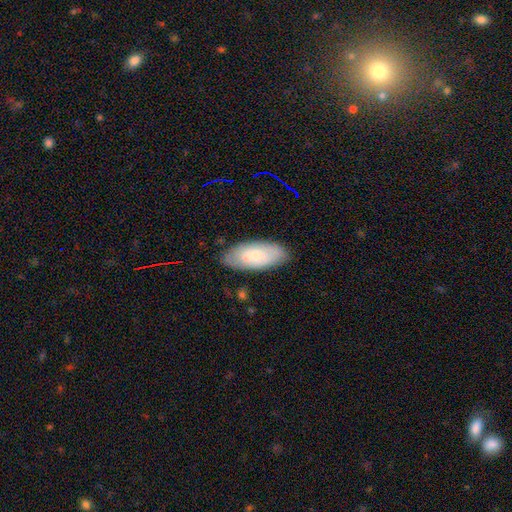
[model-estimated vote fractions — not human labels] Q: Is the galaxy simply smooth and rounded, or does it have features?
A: smooth — 66%.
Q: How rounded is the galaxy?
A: in between — 87%.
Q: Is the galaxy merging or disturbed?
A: none — 81%.